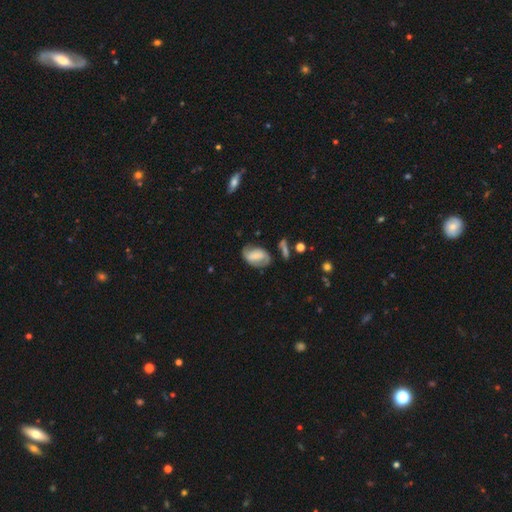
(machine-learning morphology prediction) smooth-or-featured: featured or disk: 56% | smooth: 36% | star or artifact: 8%
  disk-edge-on: no: 96% | yes: 4%
    bar: weak: 42% | strong: 31% | no: 26%
    has-spiral-arms: yes: 81% | no: 19%
    bulge-size: small: 43% | moderate: 28% | none: 21% | large: 6% | dominant: 2%
  merging: none: 62% | minor disturbance: 24% | major disturbance: 9% | merger: 4%